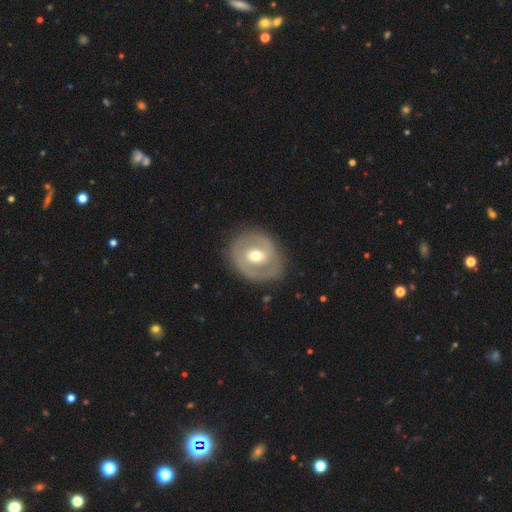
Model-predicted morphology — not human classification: A featured or disk galaxy (59%) with no bar (52%), no spiral arms (73%) and a moderate central bulge (71%). Merging: none (81%).